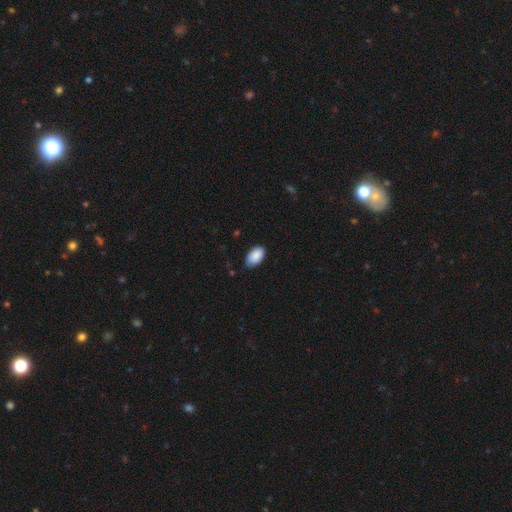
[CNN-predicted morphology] Smooth or featured?
  - smooth: 90% *
  - star or artifact: 6%
  - featured or disk: 4%
How rounded?
  - in between: 94% *
  - round: 4%
  - cigar-shaped: 1%
Merging?
  - none: 79% *
  - minor disturbance: 17%
  - major disturbance: 2%
  - merger: 1%